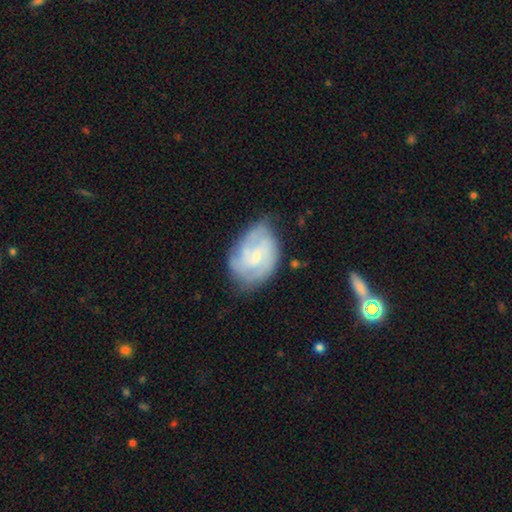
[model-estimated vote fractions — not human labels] smooth-or-featured: featured or disk: 77% | smooth: 17% | star or artifact: 6%
  disk-edge-on: no: 98% | yes: 2%
    bar: weak: 47% | no: 45% | strong: 8%
    has-spiral-arms: yes: 92% | no: 8%
      spiral-winding: tight: 48% | medium: 41% | loose: 11%
      spiral-arm-count: 2: 33% | can't tell: 27% | 3: 25% | 4: 7% | 1: 4% | more than 4: 4%
    bulge-size: small: 71% | moderate: 21% | none: 6% | large: 1% | dominant: 1%
  merging: none: 65% | minor disturbance: 25% | major disturbance: 8% | merger: 2%